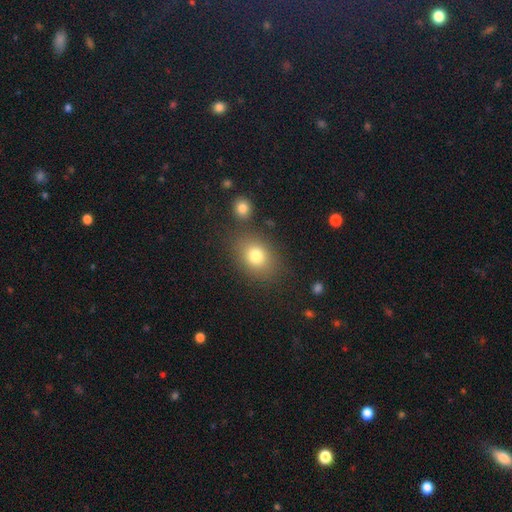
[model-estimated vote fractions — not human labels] Smooth or featured? smooth (78%)
How rounded? in between (58%)
Merging? none (75%)